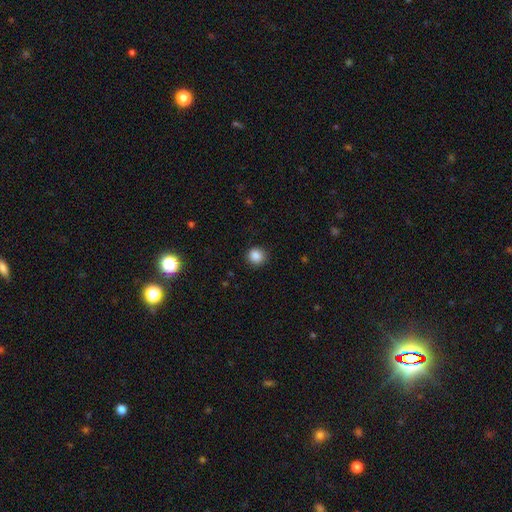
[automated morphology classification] A smooth galaxy with no disk features (87%) that is round (90%).

Vote fractions:
- Smooth or featured? smooth: 87% / star or artifact: 10% / featured or disk: 3%
- How rounded? round: 90% / in between: 9% / cigar-shaped: 1%
- Merging? none: 90% / minor disturbance: 7% / major disturbance: 2% / merger: 1%